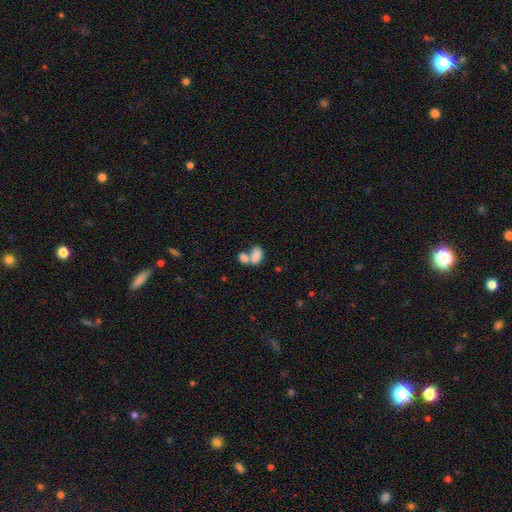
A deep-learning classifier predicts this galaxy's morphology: Overall: smooth (80%). How rounded: in between (90%). Merging: merger (64%).